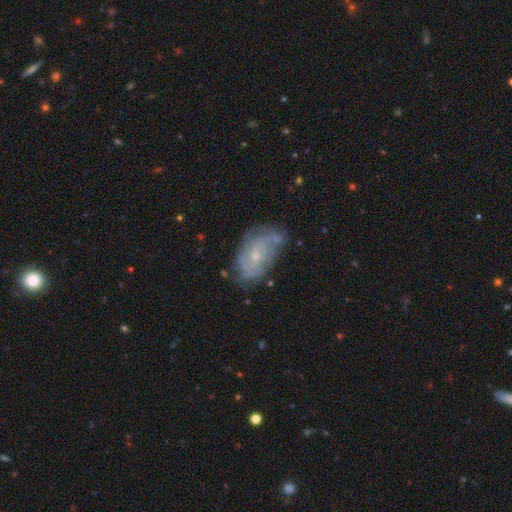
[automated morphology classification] featured or disk 67%, smooth 22%, star or artifact 10%. Down the decision tree: edge-on disk — no (96%); bar — no (65%); spiral arms — yes (82%); spiral arm count — can't tell (41%); spiral winding — tight (42%); bulge size — small (68%); merging — none (60%).